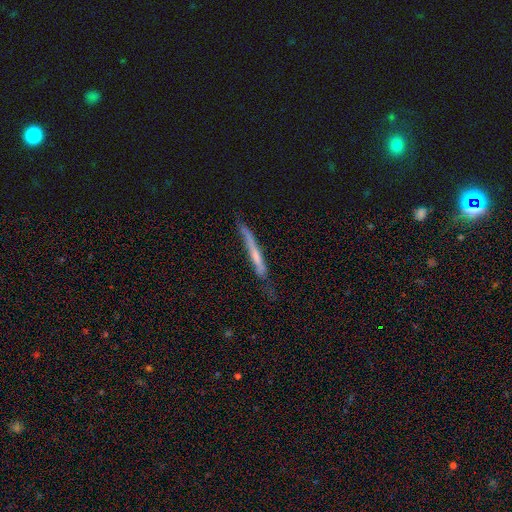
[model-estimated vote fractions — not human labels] Smooth or featured? Predicted: featured or disk (p=0.53). Edge-on disk? Predicted: yes (p=0.89). Merging? Predicted: none (p=0.59).